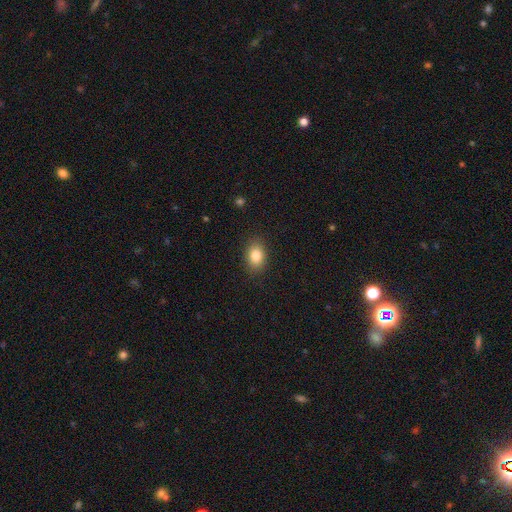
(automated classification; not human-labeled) The model was most divided on "how rounded": in between: 79%, round: 20%, cigar-shaped: 1%. More confident: merging — none (87%); smooth or featured — smooth (84%).